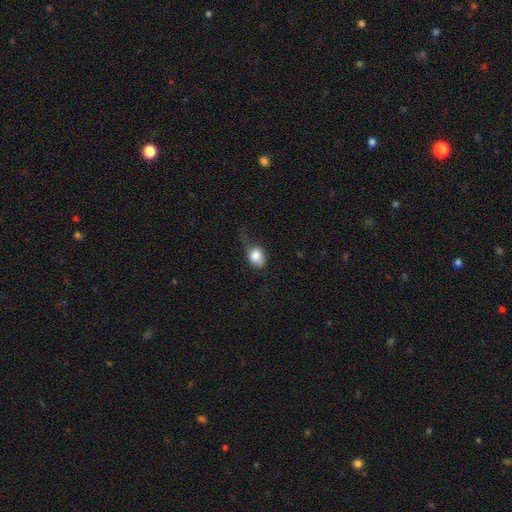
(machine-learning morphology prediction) The model was most divided on "merging": minor disturbance: 36%, none: 32%, major disturbance: 29%, merger: 3%. More confident: smooth or featured — smooth (79%); how rounded — in between (63%).